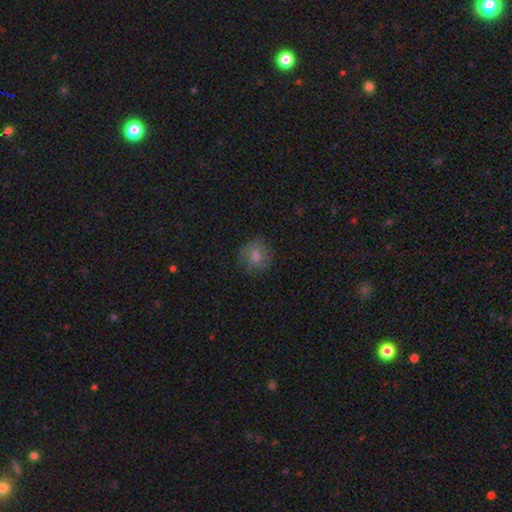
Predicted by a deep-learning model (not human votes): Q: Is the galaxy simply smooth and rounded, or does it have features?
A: smooth — 56%.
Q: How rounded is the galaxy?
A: round — 86%.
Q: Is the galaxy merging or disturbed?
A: none — 82%.